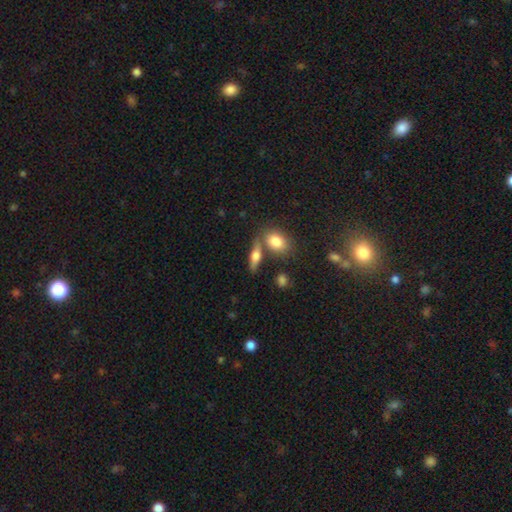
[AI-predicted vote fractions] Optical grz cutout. It shows a smooth galaxy with no disk features (56%) that is in between round and cigar-shaped (56%). Merging: none (65%).